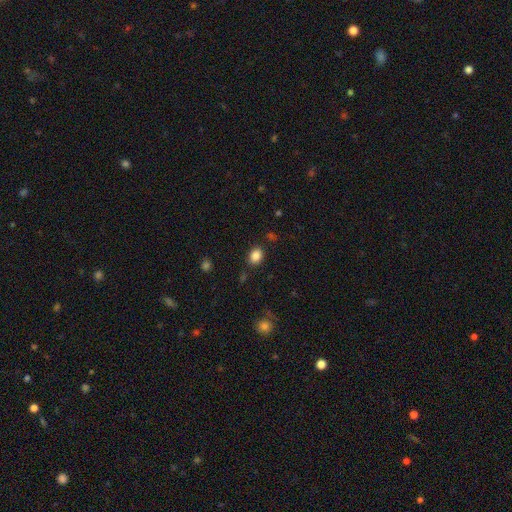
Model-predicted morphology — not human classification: A smooth galaxy with no disk features (86%) that is in between round and cigar-shaped (61%). Merging: none (84%).